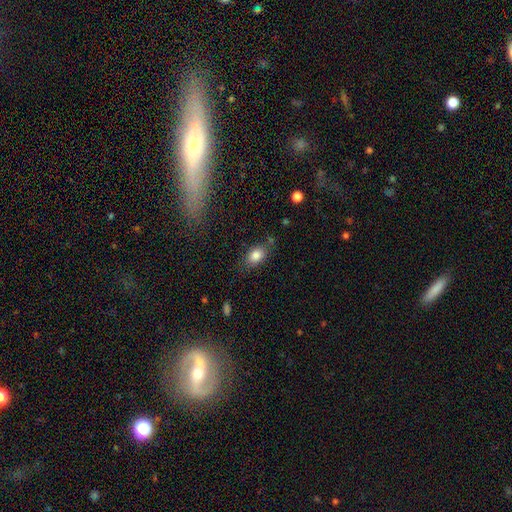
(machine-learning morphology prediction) This appears to be a smooth galaxy with no disk features (83%) that is in between round and cigar-shaped (82%). Merging: none (72%).